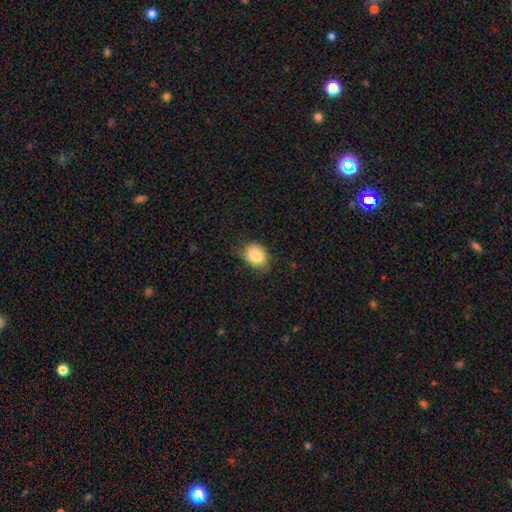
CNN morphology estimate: Smooth or featured?
  - smooth: 83% *
  - featured or disk: 10%
  - star or artifact: 8%
How rounded?
  - in between: 70% *
  - round: 29%
  - cigar-shaped: 1%
Merging?
  - none: 54% *
  - minor disturbance: 34%
  - major disturbance: 10%
  - merger: 2%